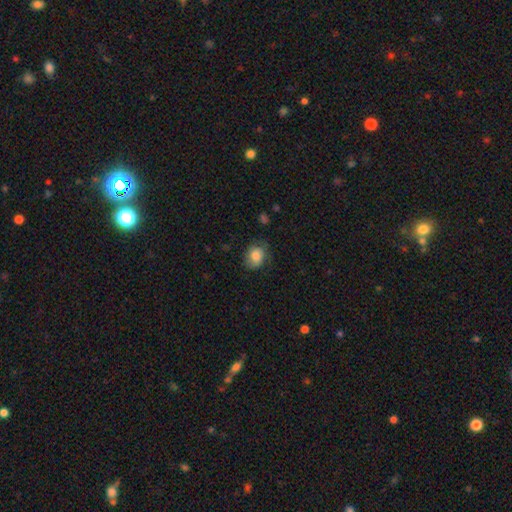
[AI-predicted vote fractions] smooth-or-featured: smooth: 81% | featured or disk: 11% | star or artifact: 8%
  how-rounded: in between: 51% | round: 49% | cigar-shaped: 1%
  merging: none: 70% | minor disturbance: 22% | major disturbance: 7% | merger: 1%